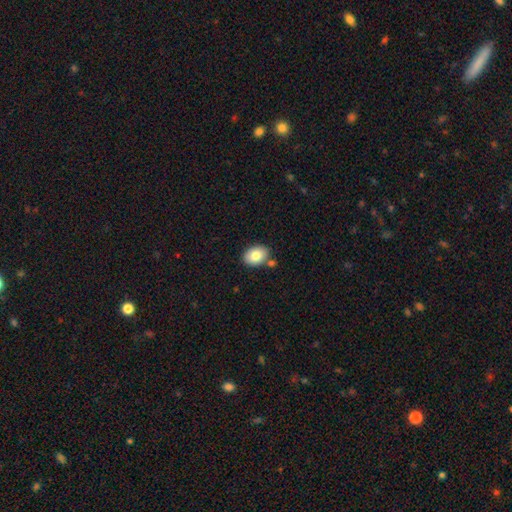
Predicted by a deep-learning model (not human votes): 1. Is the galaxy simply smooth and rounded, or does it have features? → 81% smooth, 11% featured or disk, 8% star or artifact.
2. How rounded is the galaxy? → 75% in between, 24% round, 1% cigar-shaped.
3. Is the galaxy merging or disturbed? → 76% none, 12% minor disturbance, 9% merger, 3% major disturbance.